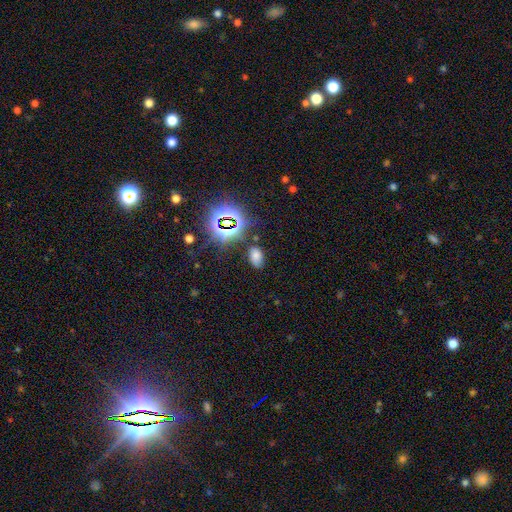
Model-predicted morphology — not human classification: Smooth or featured?
  - smooth: 60% *
  - star or artifact: 31%
  - featured or disk: 9%
How rounded?
  - in between: 89% *
  - round: 10%
  - cigar-shaped: 2%
Merging?
  - none: 76% *
  - minor disturbance: 16%
  - major disturbance: 5%
  - merger: 3%